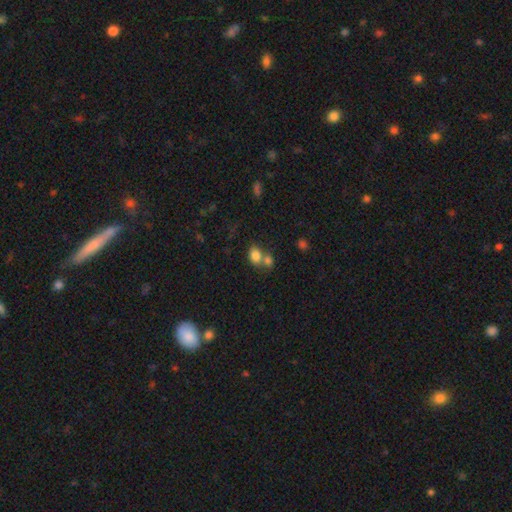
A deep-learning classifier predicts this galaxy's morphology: Smooth or featured?
  - smooth: 81% *
  - star or artifact: 10%
  - featured or disk: 9%
How rounded?
  - in between: 67% *
  - round: 31%
  - cigar-shaped: 1%
Merging?
  - merger: 47% *
  - none: 39%
  - minor disturbance: 10%
  - major disturbance: 5%